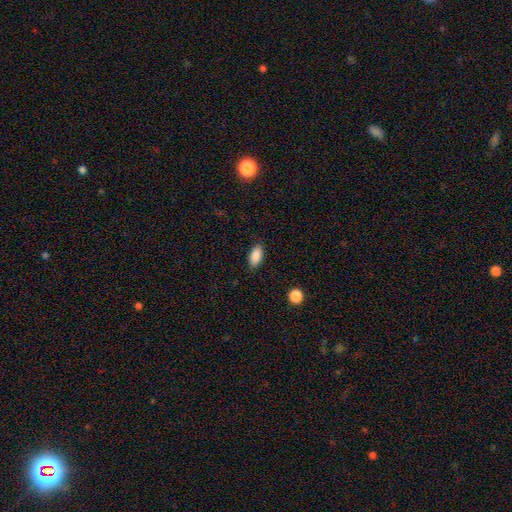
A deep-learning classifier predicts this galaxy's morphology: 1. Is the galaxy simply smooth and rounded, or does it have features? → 88% smooth, 7% star or artifact, 4% featured or disk.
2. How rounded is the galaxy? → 90% in between, 7% cigar-shaped, 3% round.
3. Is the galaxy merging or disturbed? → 87% none, 10% minor disturbance, 2% major disturbance, 1% merger.